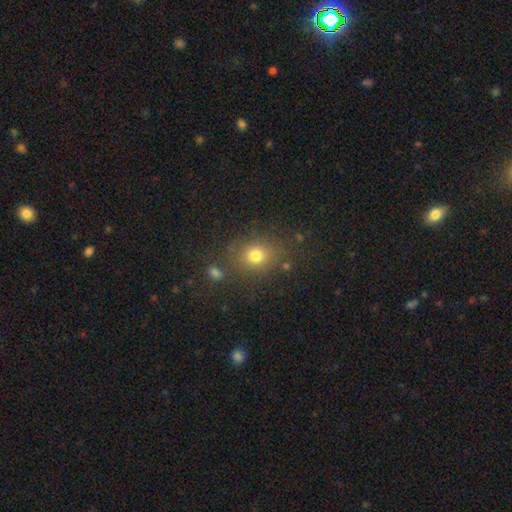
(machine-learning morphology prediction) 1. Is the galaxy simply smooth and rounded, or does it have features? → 75% smooth, 16% star or artifact, 9% featured or disk.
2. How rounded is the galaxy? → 66% round, 33% in between, 1% cigar-shaped.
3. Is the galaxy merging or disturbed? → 77% none, 12% minor disturbance, 5% merger, 5% major disturbance.